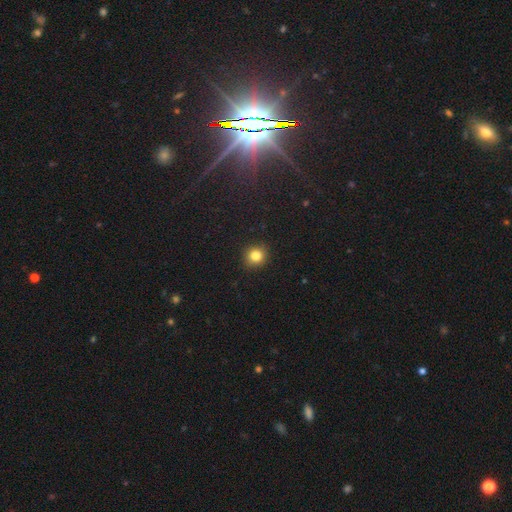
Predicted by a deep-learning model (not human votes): Smooth or featured?
  - smooth: 82% *
  - star or artifact: 12%
  - featured or disk: 6%
How rounded?
  - round: 88% *
  - in between: 11%
  - cigar-shaped: 1%
Merging?
  - none: 91% *
  - minor disturbance: 6%
  - major disturbance: 2%
  - merger: 1%